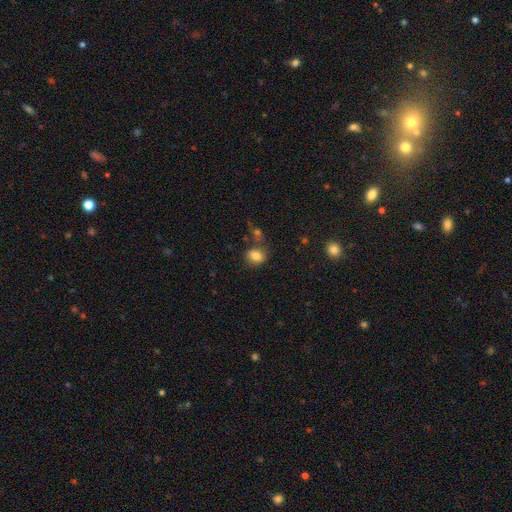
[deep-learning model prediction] A smooth galaxy with no disk features (81%) that is in between round and cigar-shaped (54%).

Vote fractions:
- Smooth or featured? smooth: 81% / star or artifact: 10% / featured or disk: 8%
- How rounded? in between: 54% / round: 45% / cigar-shaped: 1%
- Merging? none: 67% / minor disturbance: 15% / merger: 14% / major disturbance: 5%